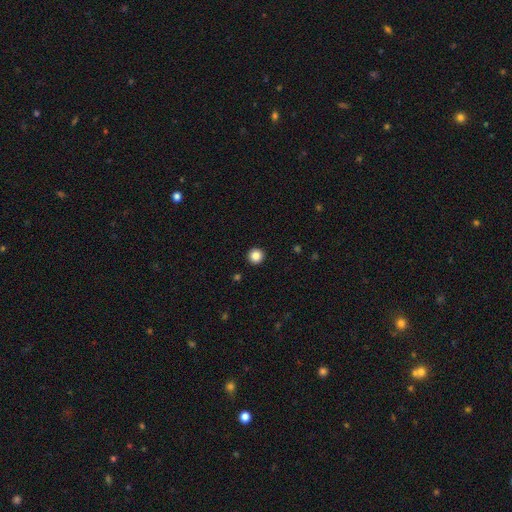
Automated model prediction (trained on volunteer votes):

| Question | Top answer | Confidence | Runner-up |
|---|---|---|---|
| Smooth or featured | smooth | 86% | star or artifact (10%) |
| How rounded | round | 96% | in between (3%) |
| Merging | none | 94% | minor disturbance (4%) |